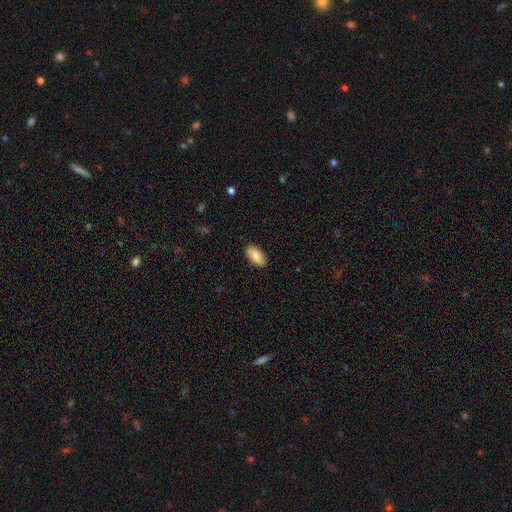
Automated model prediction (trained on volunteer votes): smooth 84%, featured or disk 10%, star or artifact 6%. Down the decision tree: how rounded — in between (93%); merging — none (87%).